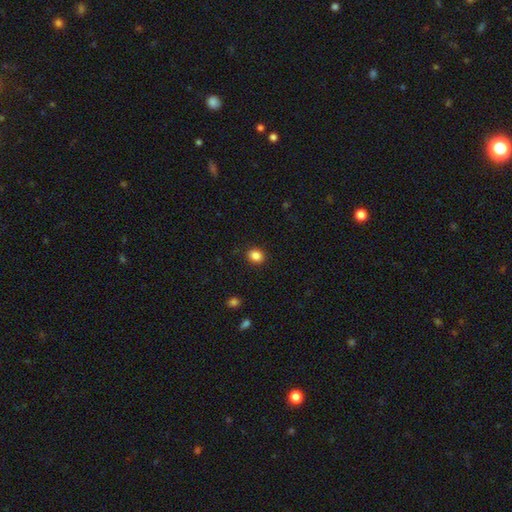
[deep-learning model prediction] Smooth or featured: smooth — 86% (star or artifact — 10%)
How rounded: round — 61% (in between — 38%)
Merging: none — 90% (minor disturbance — 7%)